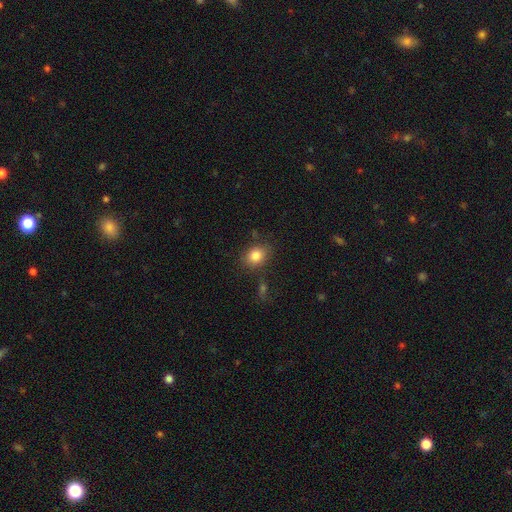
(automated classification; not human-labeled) Smooth or featured? Predicted: smooth (p=0.83). How rounded? Predicted: round (p=0.51). Merging? Predicted: none (p=0.78).